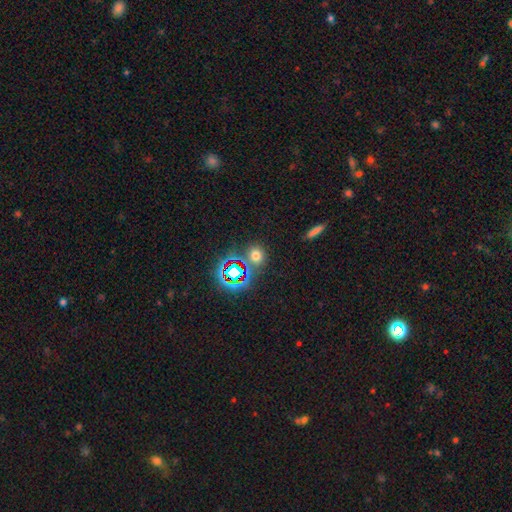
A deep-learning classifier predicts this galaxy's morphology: type=smooth (59%); roundness=round (70%); merging=none (79%).